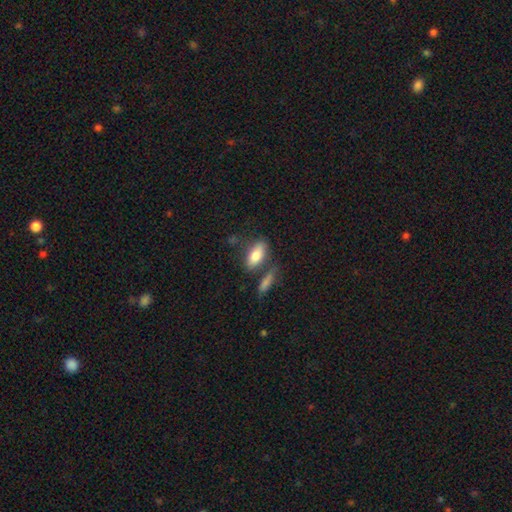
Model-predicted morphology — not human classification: type=smooth (77%); roundness=in between (80%); merging=none (62%).